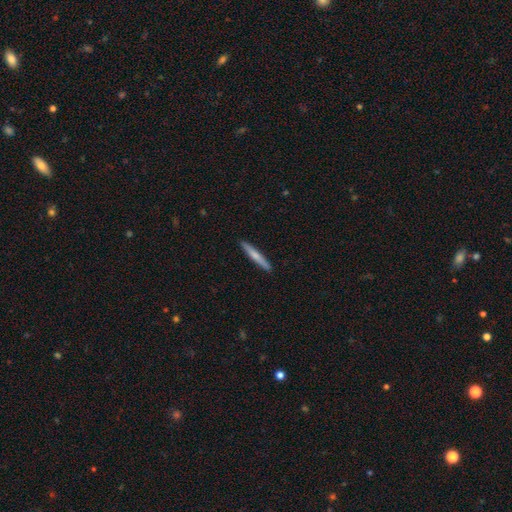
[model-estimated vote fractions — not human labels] Smooth or featured: smooth — 59% (featured or disk — 36%)
How rounded: cigar-shaped — 95% (in between — 3%)
Merging: none — 91% (minor disturbance — 6%)